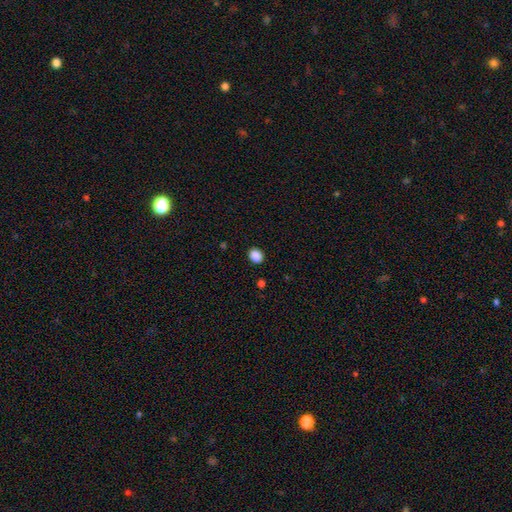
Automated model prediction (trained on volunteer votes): Morphology: type=smooth (88%); roundness=round (53%); merging=none (90%).